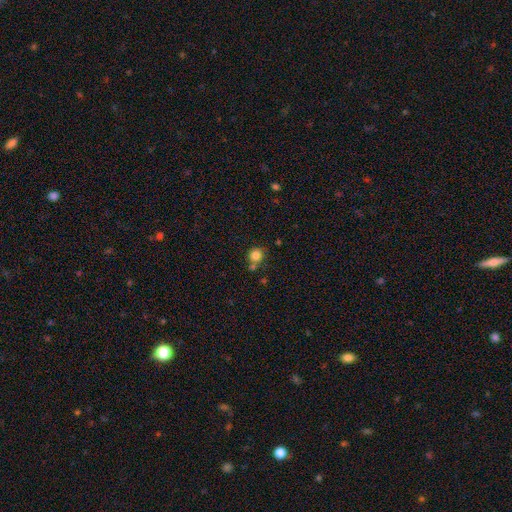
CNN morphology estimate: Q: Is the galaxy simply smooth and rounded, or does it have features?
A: smooth — 83%.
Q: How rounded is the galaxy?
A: round — 89%.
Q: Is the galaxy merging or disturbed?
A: none — 66%.